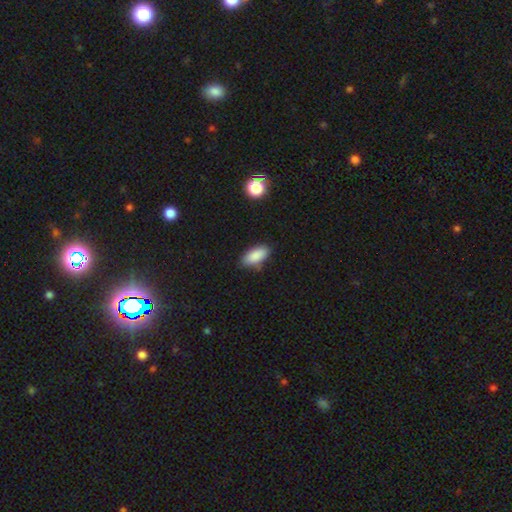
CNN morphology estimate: The model was most divided on "merging": none: 81%, minor disturbance: 14%, major disturbance: 3%, merger: 2%. More confident: how rounded — in between (89%); smooth or featured — smooth (88%).